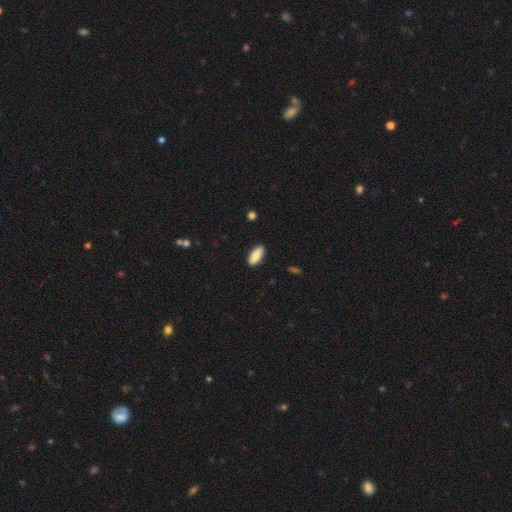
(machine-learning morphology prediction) Smooth or featured?
  - smooth: 79% *
  - featured or disk: 15%
  - star or artifact: 6%
How rounded?
  - in between: 81% *
  - cigar-shaped: 17%
  - round: 2%
Merging?
  - none: 86% *
  - minor disturbance: 10%
  - major disturbance: 2%
  - merger: 1%